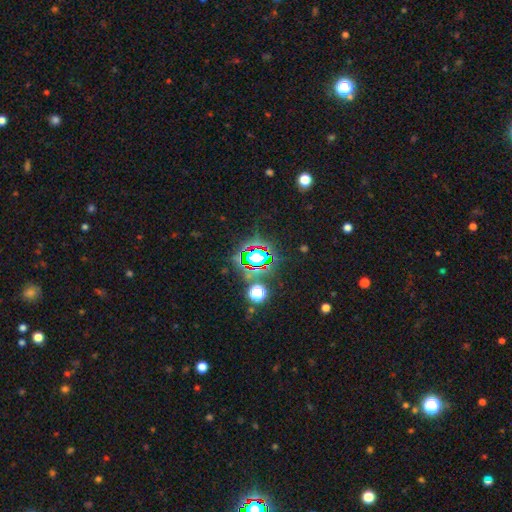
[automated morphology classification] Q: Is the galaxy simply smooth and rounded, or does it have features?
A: star or artifact — 76%.